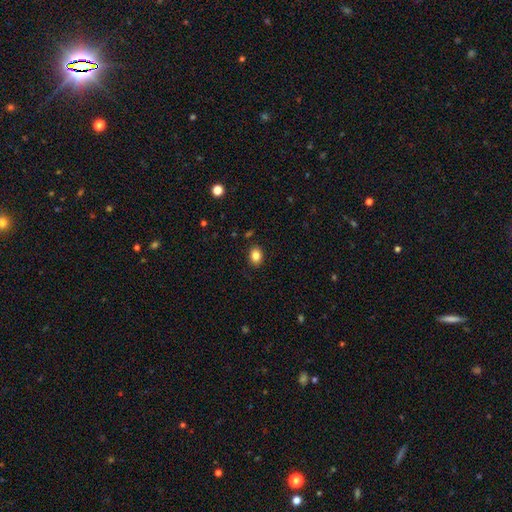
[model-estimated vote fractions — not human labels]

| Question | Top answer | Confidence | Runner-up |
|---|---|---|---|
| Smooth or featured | smooth | 84% | star or artifact (10%) |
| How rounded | in between | 61% | round (38%) |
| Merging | none | 88% | minor disturbance (8%) |